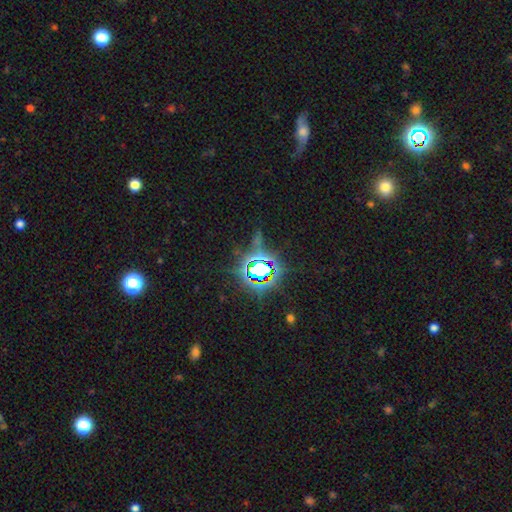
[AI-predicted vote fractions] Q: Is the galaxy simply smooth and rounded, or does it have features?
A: star or artifact — 79%.